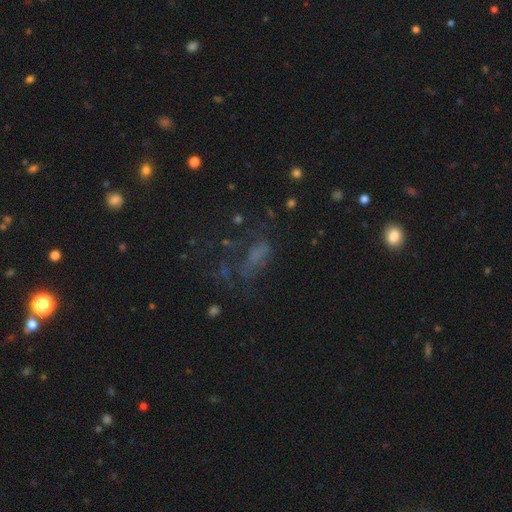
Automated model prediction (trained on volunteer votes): smooth-or-featured: smooth: 39% | star or artifact: 31% | featured or disk: 30%
  merging: none: 40% | major disturbance: 35% | minor disturbance: 20% | merger: 5%